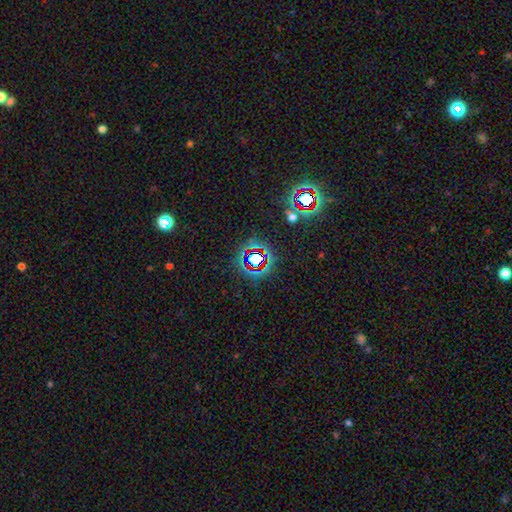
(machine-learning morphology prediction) smooth_or_featured: star or artifact (p=0.72) [alt: smooth p=0.18]